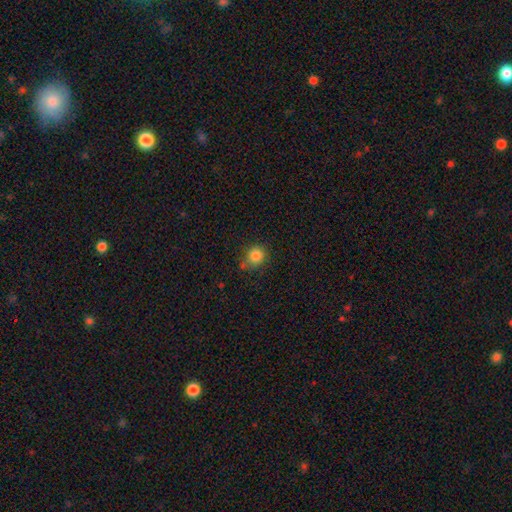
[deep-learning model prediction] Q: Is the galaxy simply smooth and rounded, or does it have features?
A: smooth — 84%.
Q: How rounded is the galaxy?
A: round — 84%.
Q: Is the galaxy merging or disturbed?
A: none — 70%.